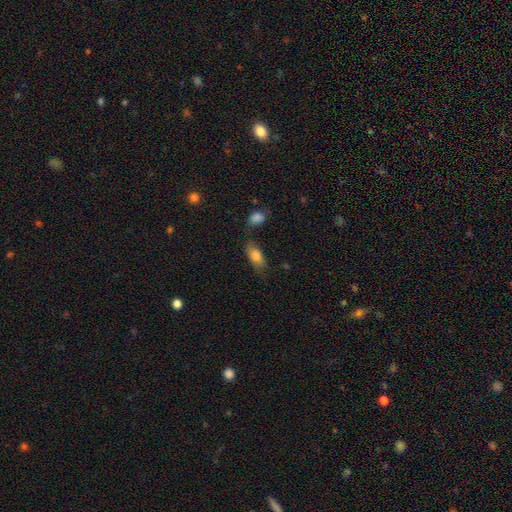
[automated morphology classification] Smooth or featured: smooth — 80% (featured or disk — 13%)
How rounded: in between — 84% (cigar-shaped — 13%)
Merging: none — 69% (minor disturbance — 19%)